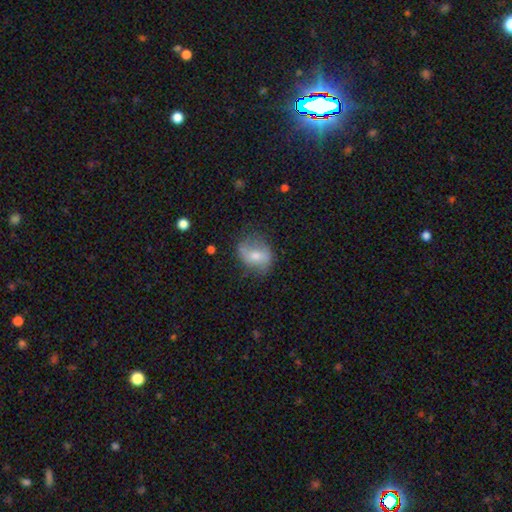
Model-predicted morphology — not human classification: Smooth or featured? Predicted: smooth (p=0.47). Merging? Predicted: none (p=0.63).